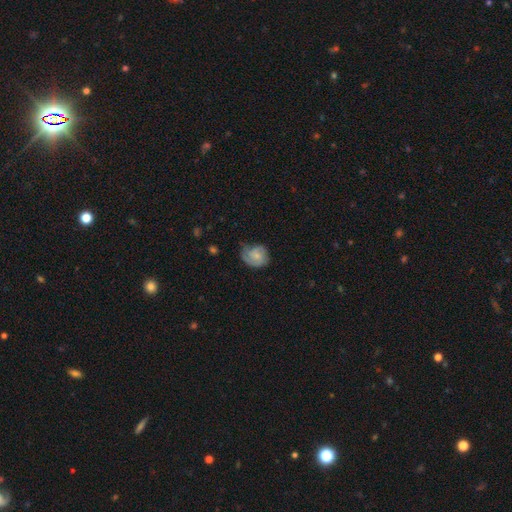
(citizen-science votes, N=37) featured or disk 59%, smooth 38%, star or artifact 3%. Down the decision tree: edge-on disk — no (95%); bar — no (81%); spiral arms — yes (100%); spiral arm count — 2 (38%); spiral winding — tight (62%); bulge size — small (76%); merging — none (56%).